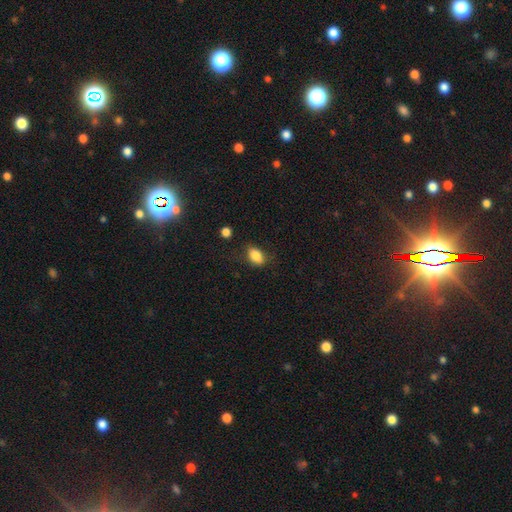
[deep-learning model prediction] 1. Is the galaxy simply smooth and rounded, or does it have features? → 86% smooth, 9% star or artifact, 6% featured or disk.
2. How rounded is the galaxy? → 85% in between, 13% round, 2% cigar-shaped.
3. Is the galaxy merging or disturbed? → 74% none, 19% minor disturbance, 5% major disturbance, 2% merger.